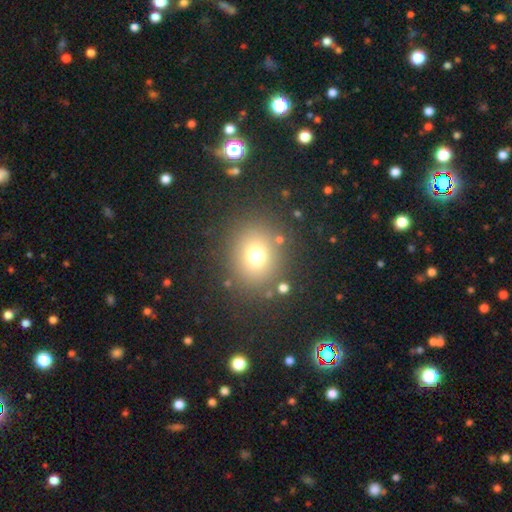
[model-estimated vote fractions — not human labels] Q: Smooth or featured?
A: smooth (72%); runner-up: star or artifact (18%)
Q: How rounded?
A: round (77%); runner-up: in between (22%)
Q: Merging?
A: none (84%); runner-up: minor disturbance (8%)